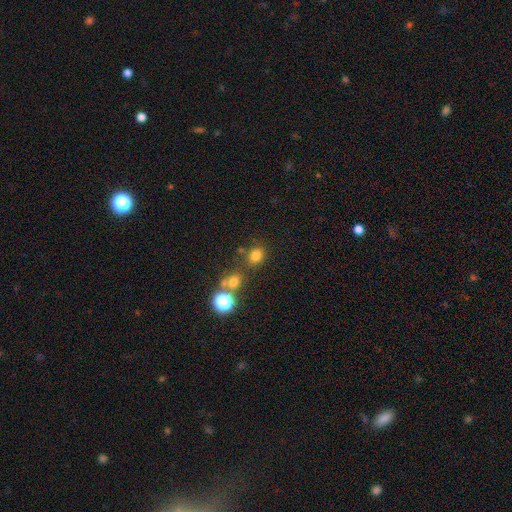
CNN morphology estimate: Smooth or featured? smooth (75%)
How rounded? round (75%)
Merging? none (73%)